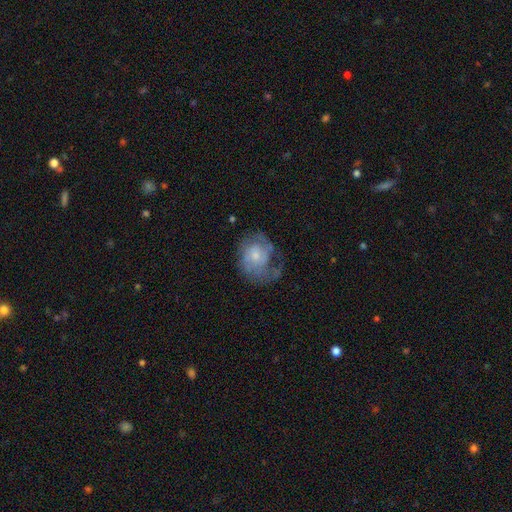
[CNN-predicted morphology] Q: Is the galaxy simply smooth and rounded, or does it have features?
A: featured or disk — 61%.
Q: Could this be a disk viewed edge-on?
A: no — 98%.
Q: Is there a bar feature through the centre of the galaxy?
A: no — 73%.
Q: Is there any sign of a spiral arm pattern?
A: yes — 72%.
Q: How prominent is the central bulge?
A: small — 49%.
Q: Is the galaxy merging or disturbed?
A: none — 39%.